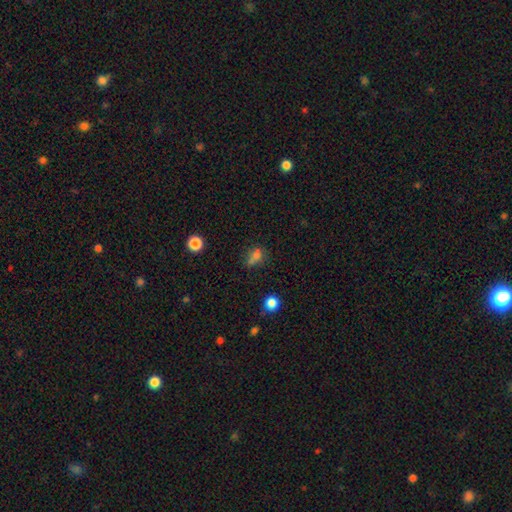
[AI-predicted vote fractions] smooth 69%, star or artifact 20%, featured or disk 11%. Down the decision tree: how rounded — in between (51%); merging — none (48%).